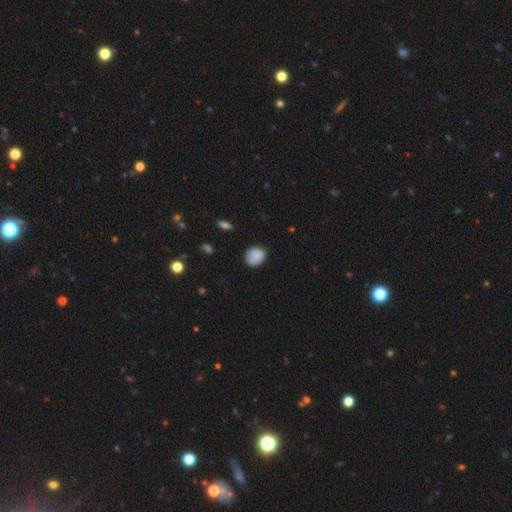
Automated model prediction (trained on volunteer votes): The model was most divided on "how rounded": round: 62%, in between: 37%, cigar-shaped: 1%. More confident: smooth or featured — smooth (86%); merging — none (75%).